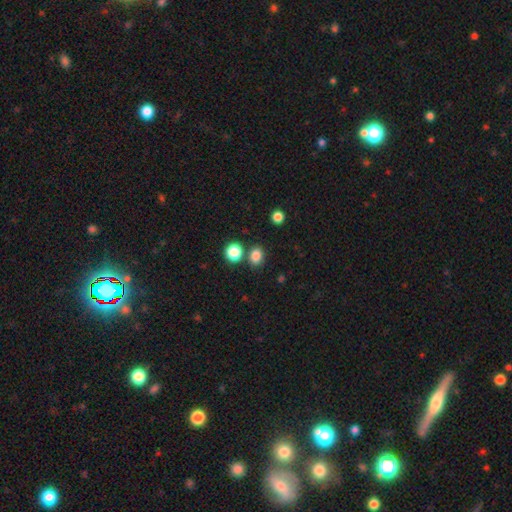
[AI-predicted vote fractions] The model was most divided on "how rounded": round: 52%, in between: 47%, cigar-shaped: 1%. More confident: smooth or featured — smooth (82%); merging — none (75%).